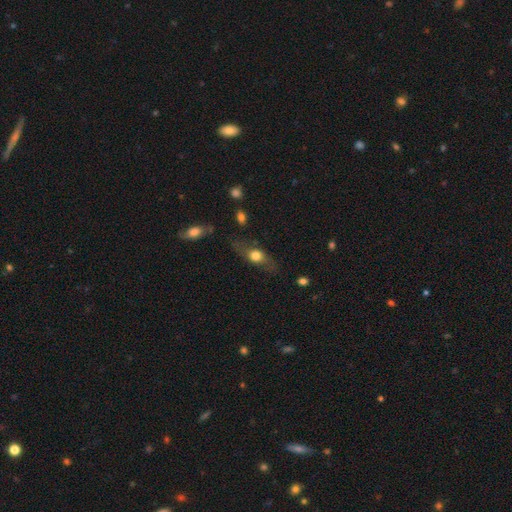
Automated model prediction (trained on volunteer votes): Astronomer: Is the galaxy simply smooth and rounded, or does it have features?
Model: smooth — 56% (runner-up: featured or disk, 35%).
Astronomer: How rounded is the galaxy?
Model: in between — 56%.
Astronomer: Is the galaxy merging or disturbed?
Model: none — 68%.